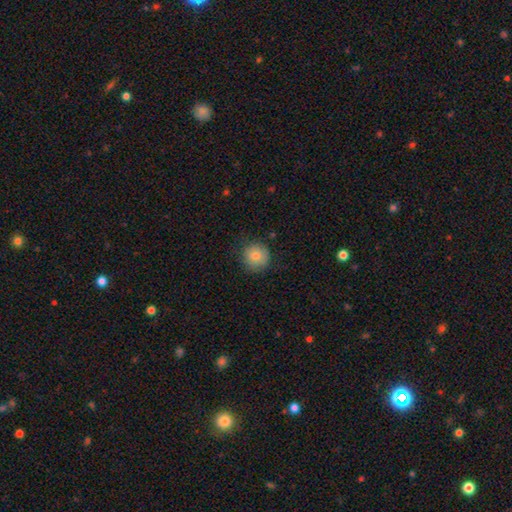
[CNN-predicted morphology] Smooth or featured? Predicted: smooth (p=0.82). How rounded? Predicted: round (p=0.92). Merging? Predicted: none (p=0.82).